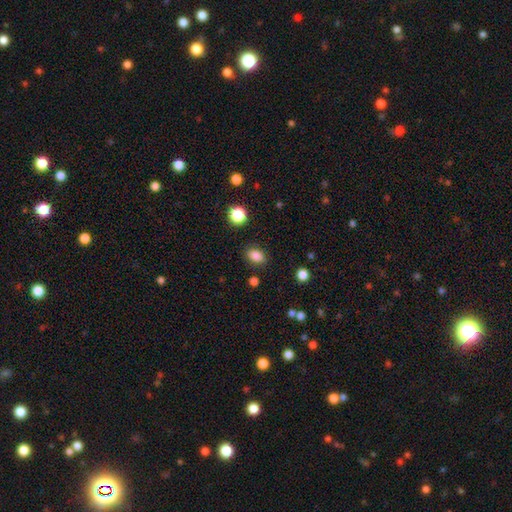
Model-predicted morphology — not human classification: This appears to be a smooth galaxy with no disk features (85%) that is in between round and cigar-shaped (76%). Merging: none (84%).